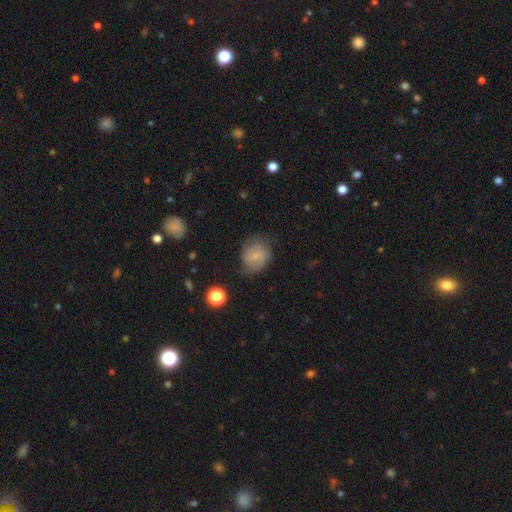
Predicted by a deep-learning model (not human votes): A smooth galaxy with no disk features (56%) that is round (68%). Merging: none (57%).